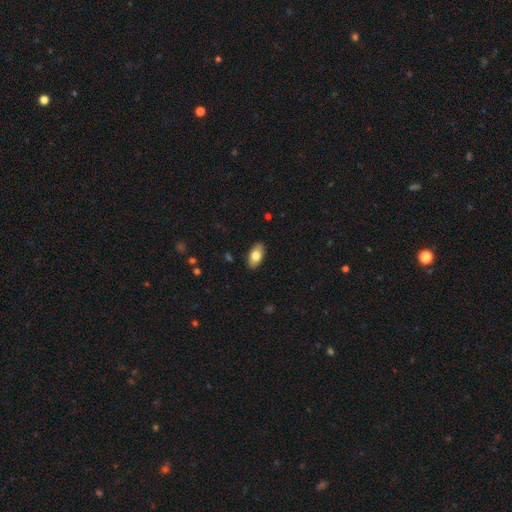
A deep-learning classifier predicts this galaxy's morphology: The model was most divided on "smooth or featured": smooth: 78%, featured or disk: 16%, star or artifact: 6%. More confident: how rounded — in between (93%); merging — none (89%).